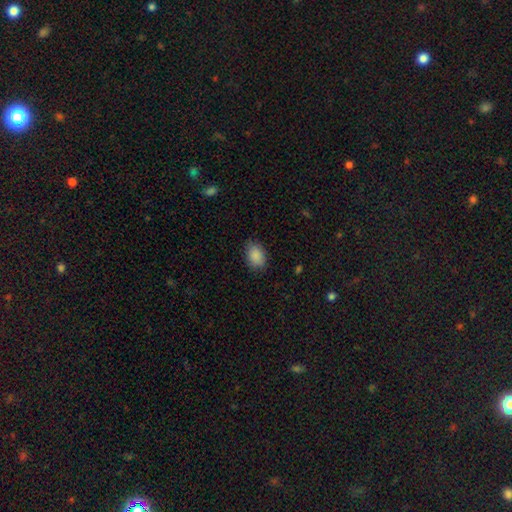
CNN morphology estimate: Overall: smooth (89%). How rounded: in between (79%). Merging: none (82%).